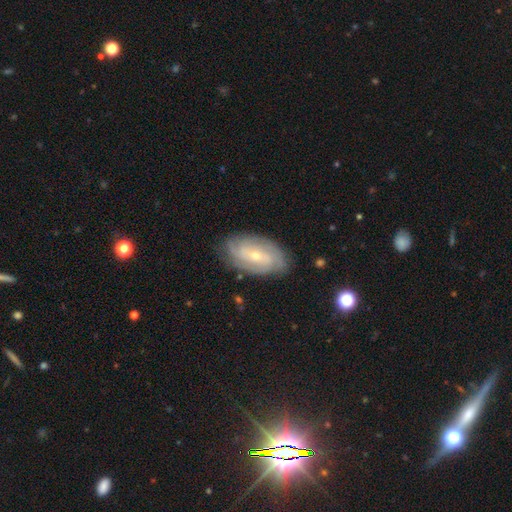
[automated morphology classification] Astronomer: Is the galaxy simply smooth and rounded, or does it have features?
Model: featured or disk — 78%.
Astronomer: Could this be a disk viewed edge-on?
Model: no — 94%.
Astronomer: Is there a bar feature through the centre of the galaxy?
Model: no — 49% (runner-up: weak, 38%).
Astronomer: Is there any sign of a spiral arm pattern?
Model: yes — 93%.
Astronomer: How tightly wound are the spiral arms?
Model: tight — 62%.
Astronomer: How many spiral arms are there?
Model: can't tell — 35% (runner-up: 2, 20%).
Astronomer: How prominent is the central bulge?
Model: small — 66%.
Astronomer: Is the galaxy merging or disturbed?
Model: none — 81%.